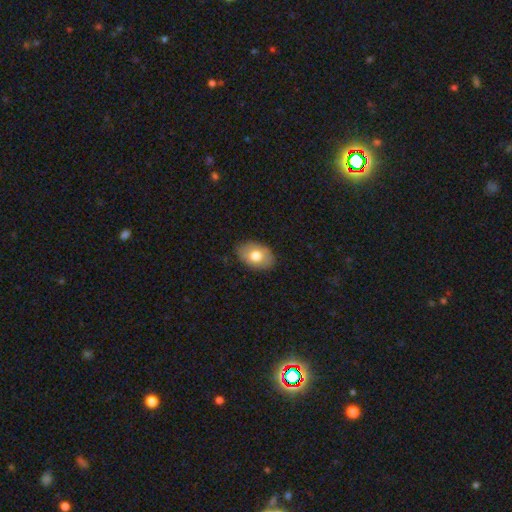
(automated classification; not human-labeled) smooth-or-featured: smooth: 72% | featured or disk: 22% | star or artifact: 7%
  how-rounded: in between: 85% | round: 14% | cigar-shaped: 1%
  merging: none: 83% | minor disturbance: 13% | major disturbance: 3% | merger: 1%